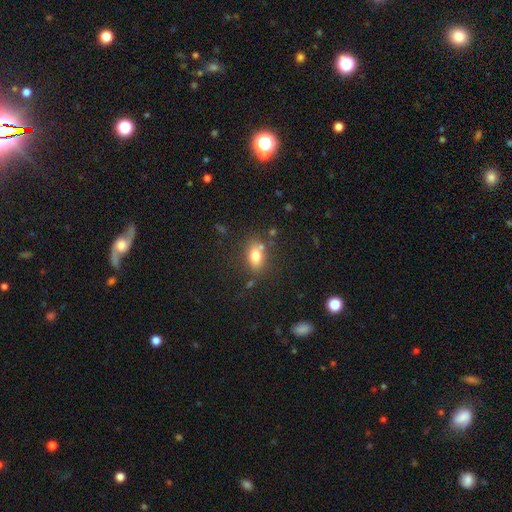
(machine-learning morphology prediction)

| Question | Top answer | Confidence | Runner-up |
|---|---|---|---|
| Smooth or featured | smooth | 77% | featured or disk (12%) |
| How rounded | in between | 75% | round (22%) |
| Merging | none | 71% | minor disturbance (15%) |